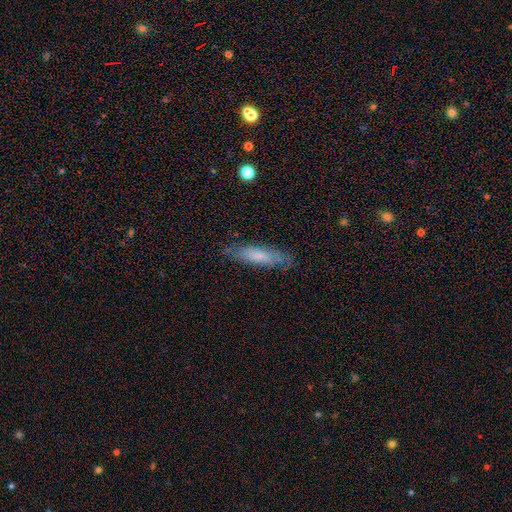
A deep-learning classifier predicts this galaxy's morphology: Q: Smooth or featured?
A: smooth (60%); runner-up: featured or disk (32%)
Q: How rounded?
A: cigar-shaped (74%); runner-up: in between (24%)
Q: Merging?
A: none (82%); runner-up: minor disturbance (14%)